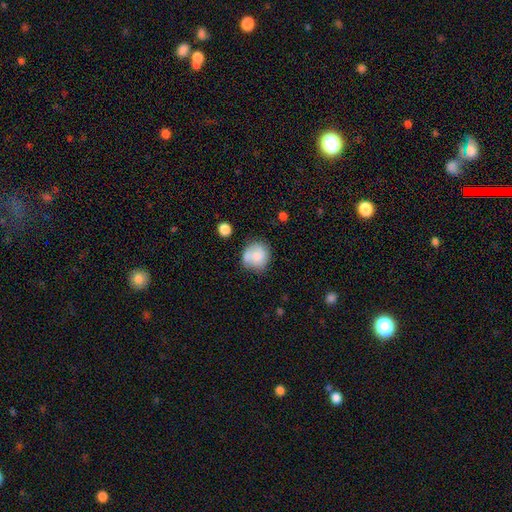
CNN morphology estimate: The model was most divided on "merging": none: 56%, minor disturbance: 24%, merger: 11%, major disturbance: 9%. More confident: how rounded — round (84%); smooth or featured — smooth (76%).